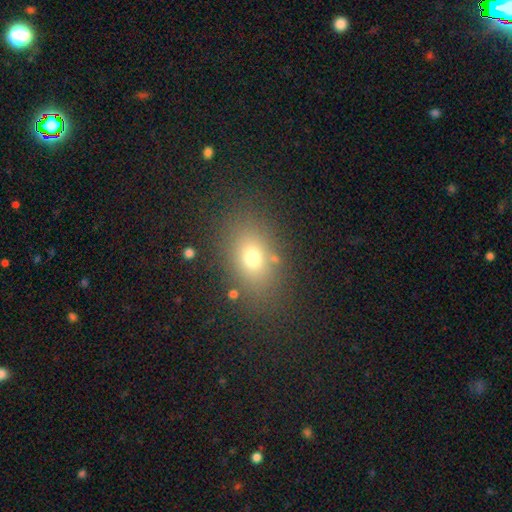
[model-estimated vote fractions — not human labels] Smooth or featured?
  - smooth: 71% *
  - star or artifact: 16%
  - featured or disk: 13%
How rounded?
  - in between: 72% *
  - round: 26%
  - cigar-shaped: 2%
Merging?
  - none: 80% *
  - minor disturbance: 11%
  - major disturbance: 6%
  - merger: 3%